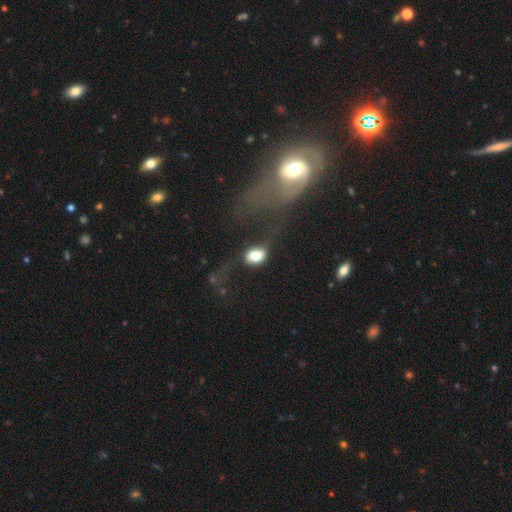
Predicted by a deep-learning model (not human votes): smooth 63%, featured or disk 28%, star or artifact 9%. Down the decision tree: how rounded — in between (71%); merging — major disturbance (37%).